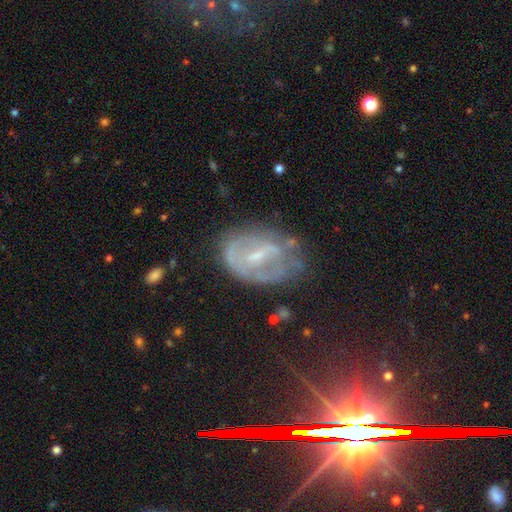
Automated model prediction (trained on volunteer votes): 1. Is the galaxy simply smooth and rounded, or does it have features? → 65% featured or disk, 22% smooth, 12% star or artifact.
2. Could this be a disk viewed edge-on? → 95% no, 5% yes.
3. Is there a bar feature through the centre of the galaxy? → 49% weak, 30% no, 21% strong.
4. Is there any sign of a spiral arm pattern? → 51% yes, 49% no.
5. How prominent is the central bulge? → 54% small, 31% moderate, 12% none, 2% large, 1% dominant.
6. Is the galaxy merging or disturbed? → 51% none, 28% minor disturbance, 18% major disturbance, 3% merger.